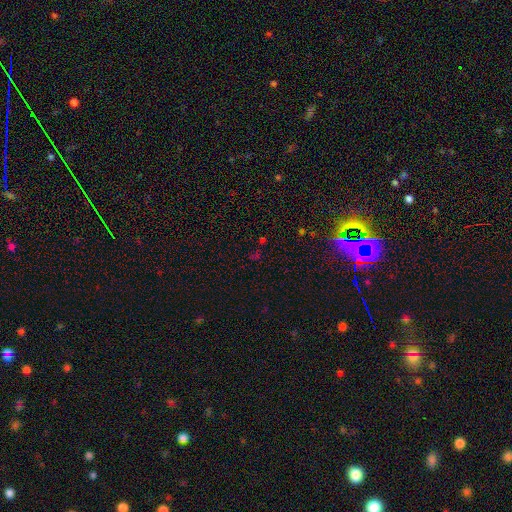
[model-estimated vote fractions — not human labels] A star or artifact, not a galaxy (65%).